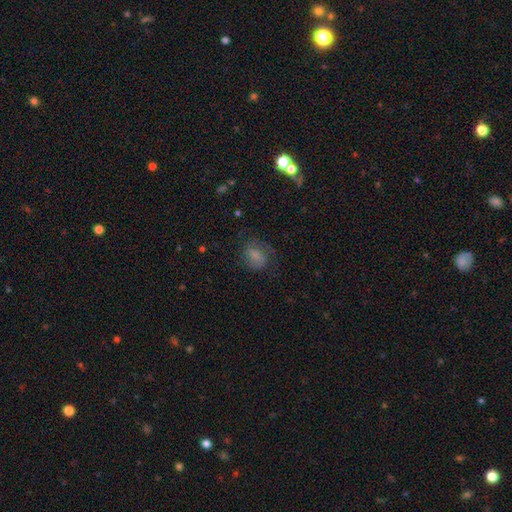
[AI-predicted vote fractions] smooth 61%, featured or disk 27%, star or artifact 12%. Down the decision tree: how rounded — in between (51%); merging — none (60%).